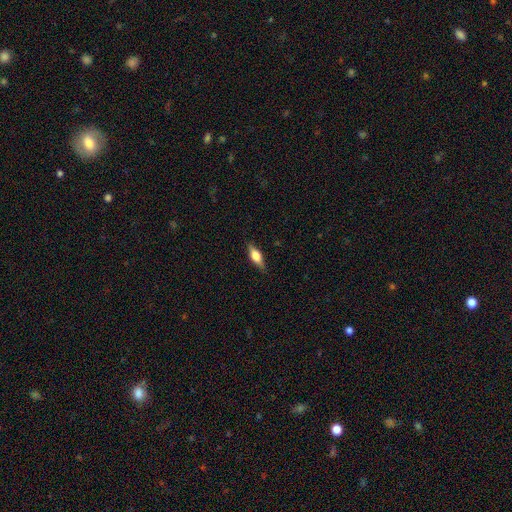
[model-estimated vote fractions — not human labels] This is possibly a smooth galaxy (58%). How rounded: likely in between (61%). Merging: clearly none (84%).